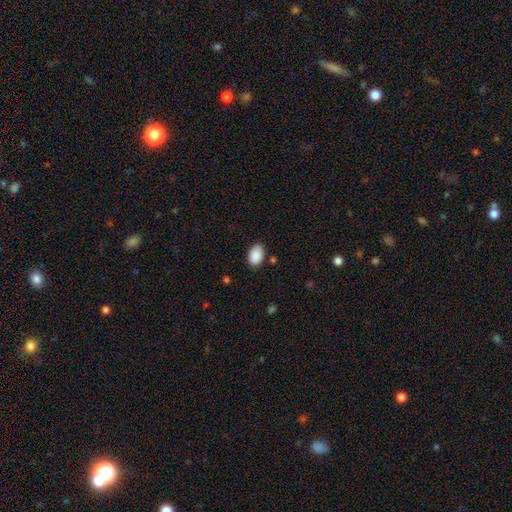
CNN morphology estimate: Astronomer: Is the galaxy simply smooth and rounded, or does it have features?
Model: smooth — 90%.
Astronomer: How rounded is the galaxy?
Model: in between — 90%.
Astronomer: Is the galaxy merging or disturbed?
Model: none — 84%.